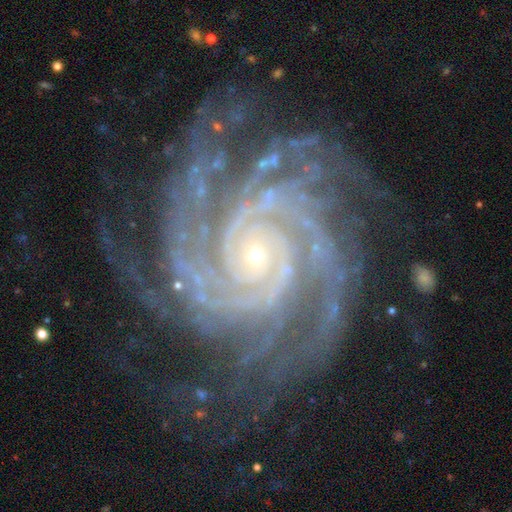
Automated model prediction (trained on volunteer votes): Overall: featured or disk (93%). Edge-on disk: no (98%). Bar: no (73%). Spiral arms: yes (99%). Spiral arm count: 4 (23%; more than 4 20%). Spiral winding: tight (79%). Bulge size: small (81%). Merging: none (76%).